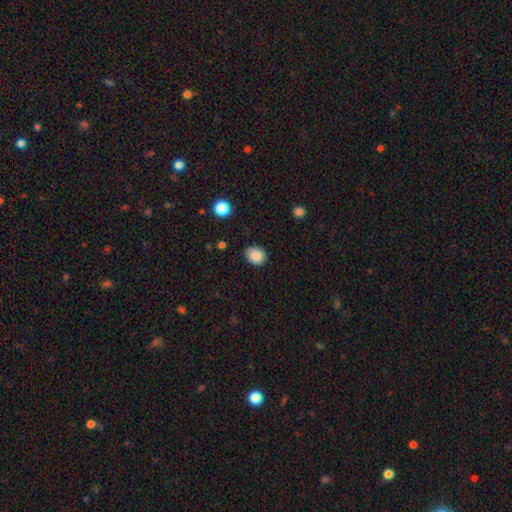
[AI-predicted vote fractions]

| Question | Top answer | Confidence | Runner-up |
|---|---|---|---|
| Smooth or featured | smooth | 87% | star or artifact (9%) |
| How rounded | round | 68% | in between (31%) |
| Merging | none | 82% | minor disturbance (14%) |